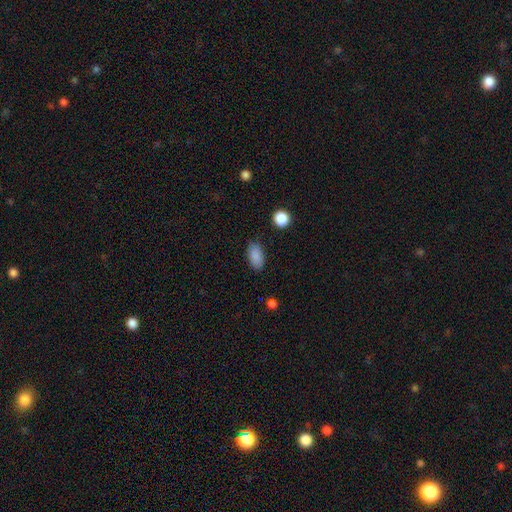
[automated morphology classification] This is clearly a smooth galaxy (88%). How rounded: clearly in between (92%). Merging: clearly none (84%).